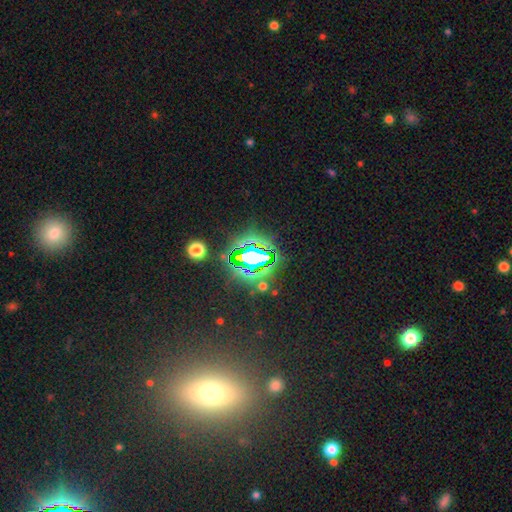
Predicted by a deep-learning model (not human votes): Q: Smooth or featured?
A: star or artifact (77%); runner-up: smooth (13%)